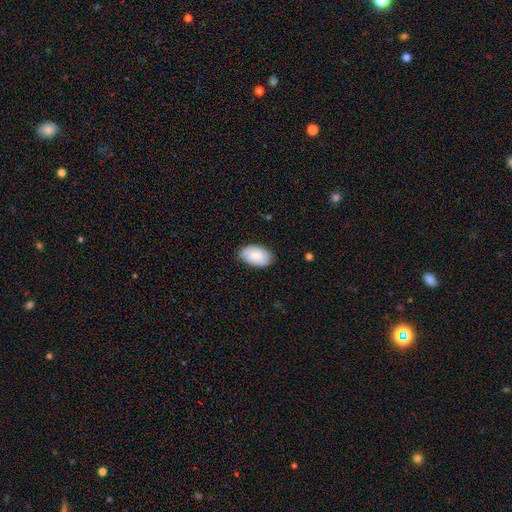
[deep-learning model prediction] smooth_or_featured: smooth (p=0.65) [alt: featured or disk p=0.28]
how_rounded: in between (p=0.92) [alt: round p=0.07]
merging: none (p=0.76) [alt: minor disturbance p=0.19]